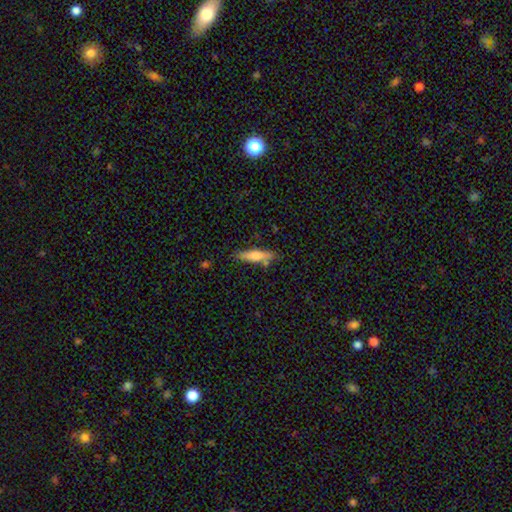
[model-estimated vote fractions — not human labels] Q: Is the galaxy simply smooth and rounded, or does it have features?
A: smooth — 74%.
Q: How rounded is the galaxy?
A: cigar-shaped — 75%.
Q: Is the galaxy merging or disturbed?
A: none — 75%.